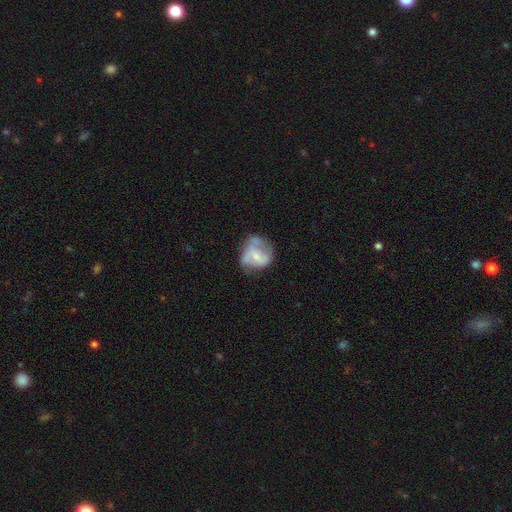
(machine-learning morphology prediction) Overall: featured or disk (50%; smooth 42%). Edge-on disk: no (97%). Merging: none (39%; minor disturbance 30%).